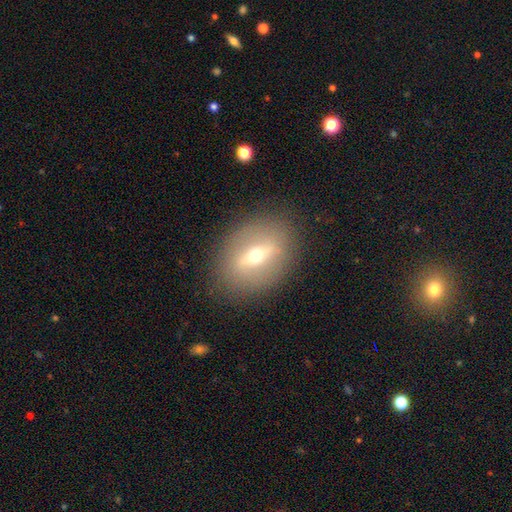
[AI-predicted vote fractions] Q: Smooth or featured?
A: featured or disk (61%); runner-up: smooth (29%)
Q: Edge-on disk?
A: no (64%); runner-up: yes (36%)
Q: Merging?
A: none (85%); runner-up: minor disturbance (10%)